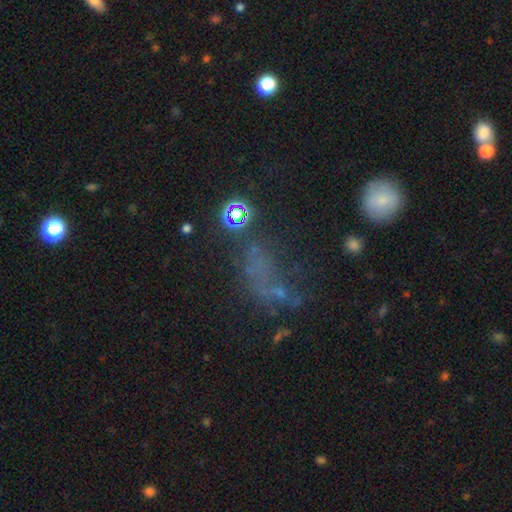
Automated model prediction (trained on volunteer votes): Smooth or featured: star or artifact — 47% (smooth — 30%)